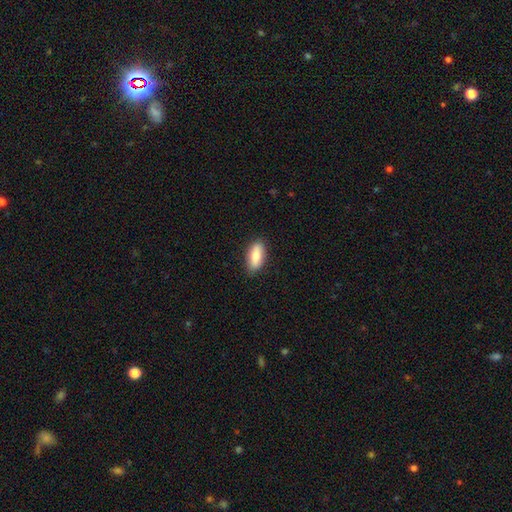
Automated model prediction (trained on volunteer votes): This is likely a smooth galaxy (76%). How rounded: clearly in between (82%). Merging: clearly none (86%).